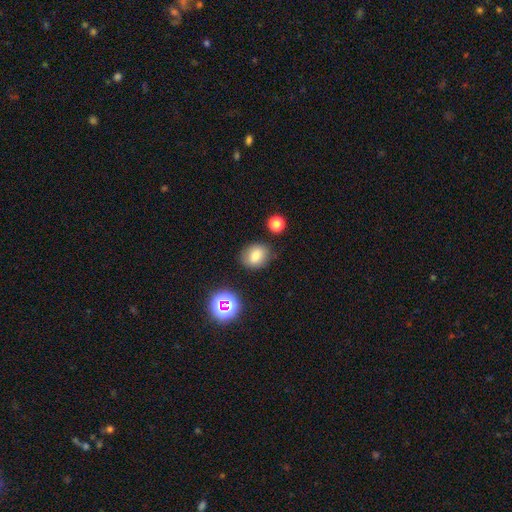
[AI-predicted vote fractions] This appears to be a smooth galaxy with no disk features (77%) that is round (61%). Merging: none (80%).